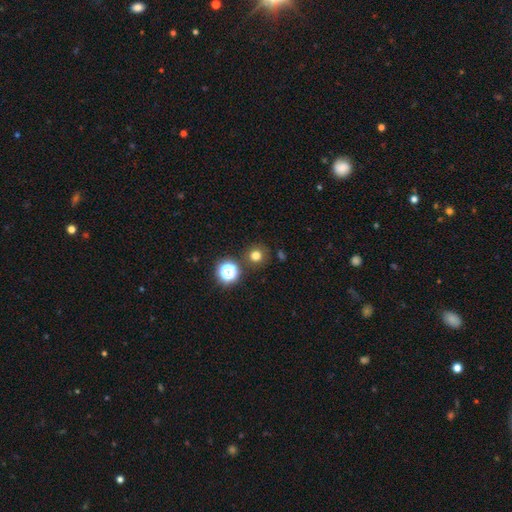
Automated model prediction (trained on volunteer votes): Smooth or featured?
  - smooth: 74% *
  - star or artifact: 20%
  - featured or disk: 6%
How rounded?
  - round: 93% *
  - in between: 6%
  - cigar-shaped: 1%
Merging?
  - none: 85% *
  - minor disturbance: 7%
  - merger: 5%
  - major disturbance: 3%